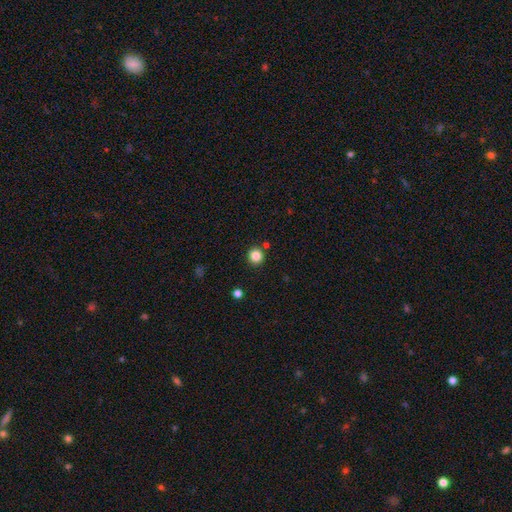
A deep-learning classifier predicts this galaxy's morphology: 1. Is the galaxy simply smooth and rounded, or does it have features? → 84% smooth, 12% star or artifact, 4% featured or disk.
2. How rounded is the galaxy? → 93% round, 6% in between, 1% cigar-shaped.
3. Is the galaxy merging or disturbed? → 88% none, 6% minor disturbance, 4% merger, 2% major disturbance.